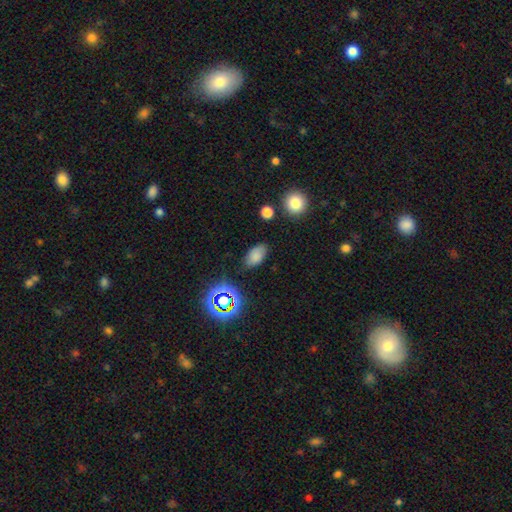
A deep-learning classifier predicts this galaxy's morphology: Overall: smooth (77%). How rounded: in between (91%). Merging: none (79%).